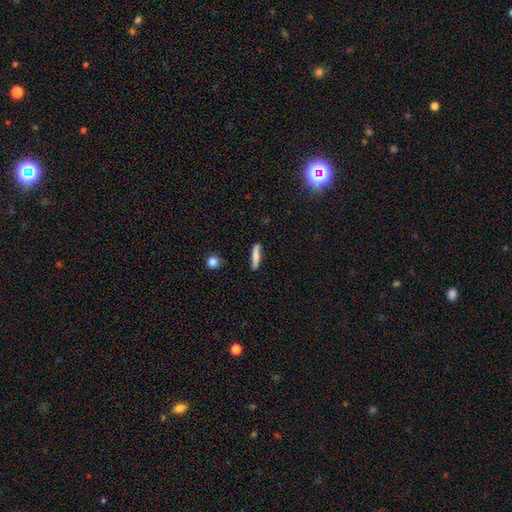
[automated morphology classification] smooth_or_featured: smooth (p=0.76) [alt: featured or disk p=0.17]
how_rounded: cigar-shaped (p=0.87) [alt: in between p=0.11]
merging: none (p=0.82) [alt: minor disturbance p=0.13]